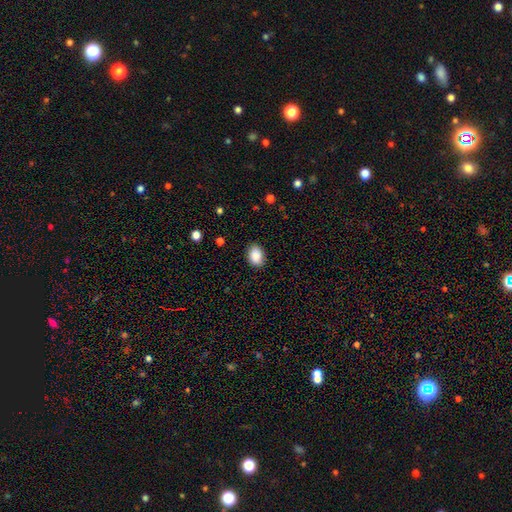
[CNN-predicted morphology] A smooth galaxy with no disk features (89%) that is in between round and cigar-shaped (77%). Merging: none (86%).